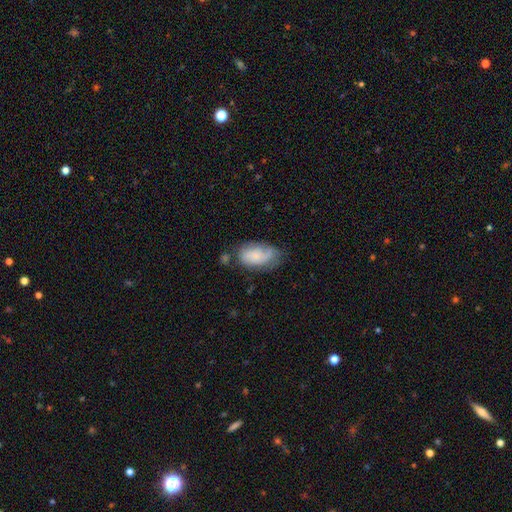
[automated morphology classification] Smooth or featured: smooth — 57% (featured or disk — 36%)
How rounded: in between — 91% (round — 7%)
Merging: none — 50% (minor disturbance — 30%)